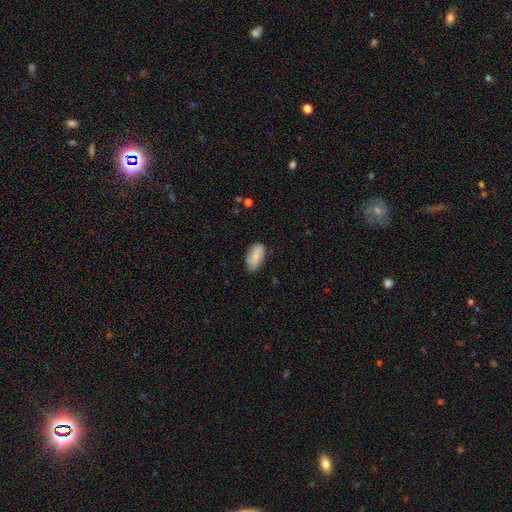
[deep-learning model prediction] smooth 73%, featured or disk 20%, star or artifact 7%. Down the decision tree: how rounded — in between (93%); merging — none (74%).